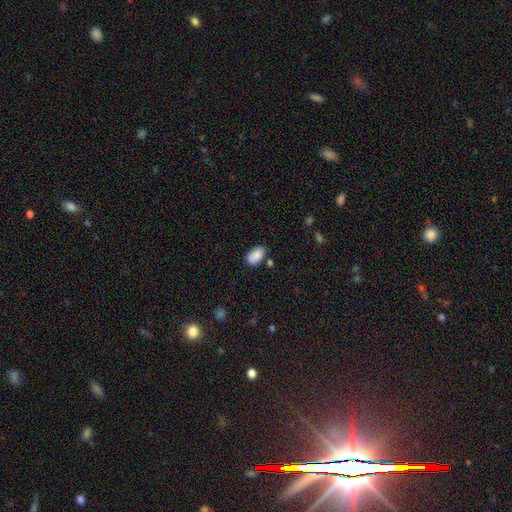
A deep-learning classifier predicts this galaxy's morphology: Q: Smooth or featured?
A: smooth (85%); runner-up: star or artifact (8%)
Q: How rounded?
A: in between (92%); runner-up: round (7%)
Q: Merging?
A: none (72%); runner-up: minor disturbance (20%)